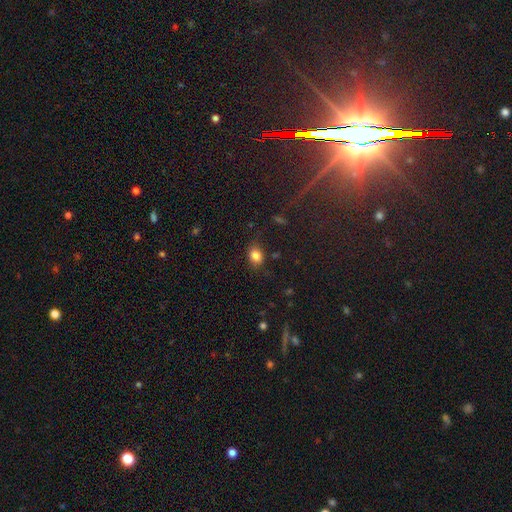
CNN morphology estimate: Q: Smooth or featured?
A: smooth (83%); runner-up: star or artifact (11%)
Q: How rounded?
A: in between (63%); runner-up: round (36%)
Q: Merging?
A: none (73%); runner-up: minor disturbance (19%)